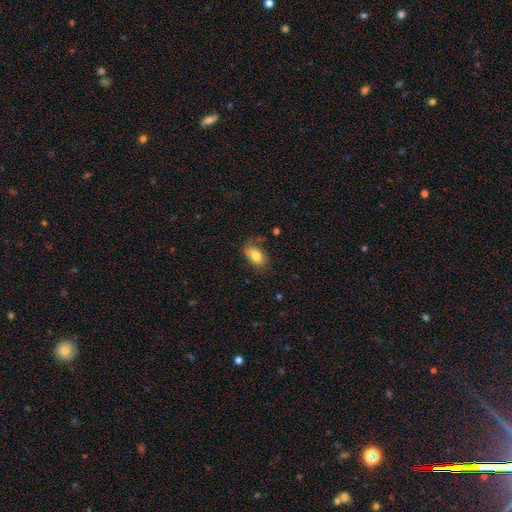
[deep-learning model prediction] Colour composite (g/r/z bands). It shows a smooth galaxy with no disk features (81%) that is in between round and cigar-shaped (89%). Merging: none (67%).